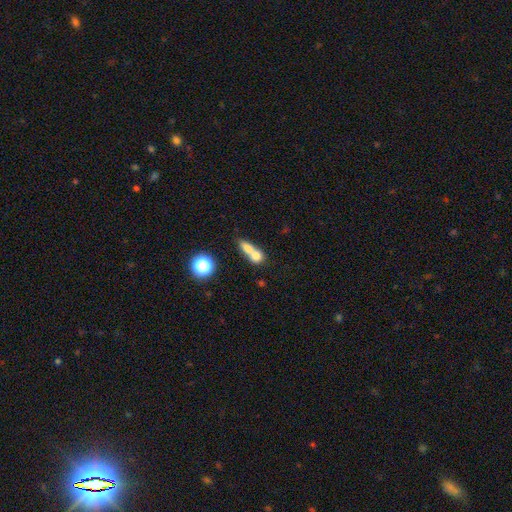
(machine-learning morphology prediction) Q: Smooth or featured?
A: smooth (69%); runner-up: featured or disk (19%)
Q: How rounded?
A: round (51%); runner-up: in between (38%)
Q: Merging?
A: merger (64%); runner-up: none (26%)